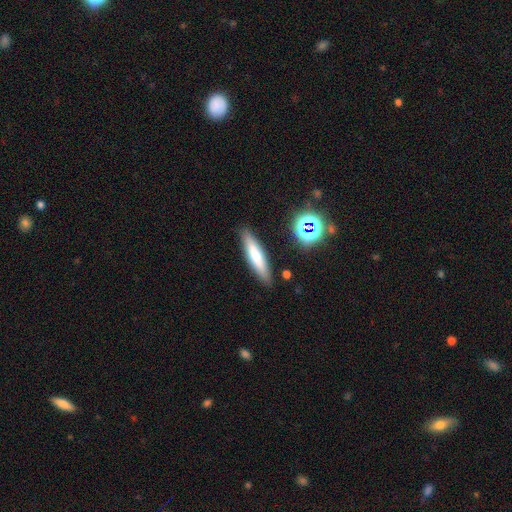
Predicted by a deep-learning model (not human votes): The model was most divided on "smooth or featured": smooth: 66%, featured or disk: 26%, star or artifact: 9%. More confident: merging — none (88%); how rounded — cigar-shaped (82%).